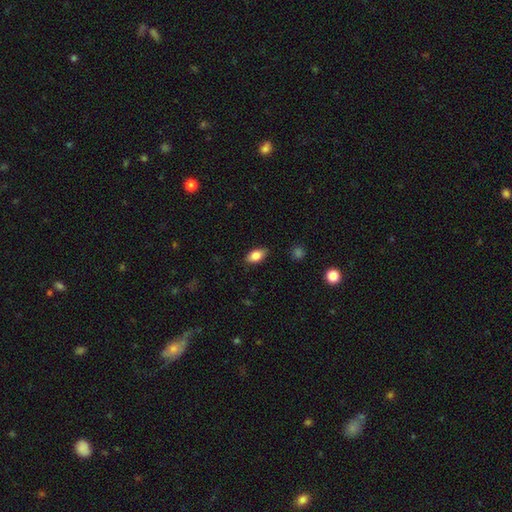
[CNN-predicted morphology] Smooth or featured? smooth (82%)
How rounded? in between (89%)
Merging? none (86%)